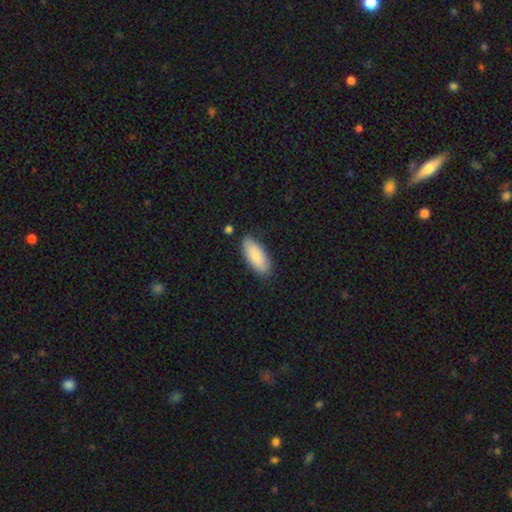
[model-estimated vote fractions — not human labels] A smooth galaxy with no disk features (81%) that is in between round and cigar-shaped (82%).

Vote fractions:
- Smooth or featured? smooth: 81% / featured or disk: 13% / star or artifact: 6%
- How rounded? in between: 82% / cigar-shaped: 17% / round: 2%
- Merging? none: 81% / minor disturbance: 14% / major disturbance: 3% / merger: 2%